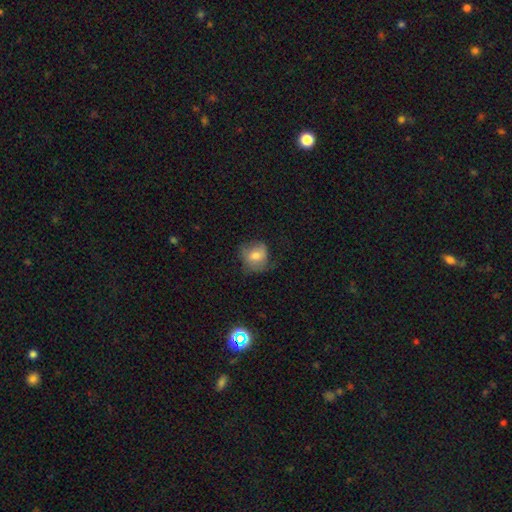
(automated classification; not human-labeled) Smooth or featured? smooth (68%)
How rounded? round (72%)
Merging? none (54%)